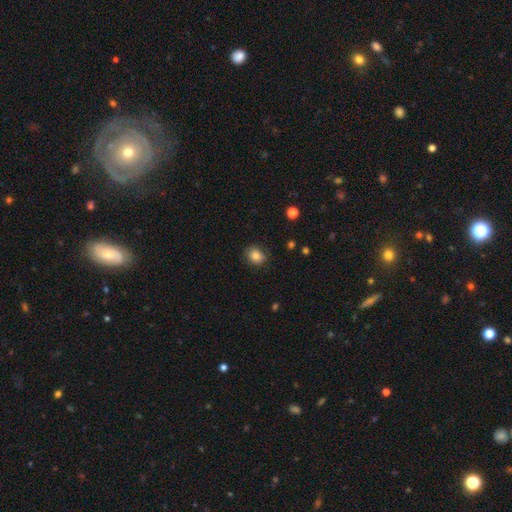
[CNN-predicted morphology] Overall: smooth (84%). How rounded: round (58%; in between 41%). Merging: none (84%).